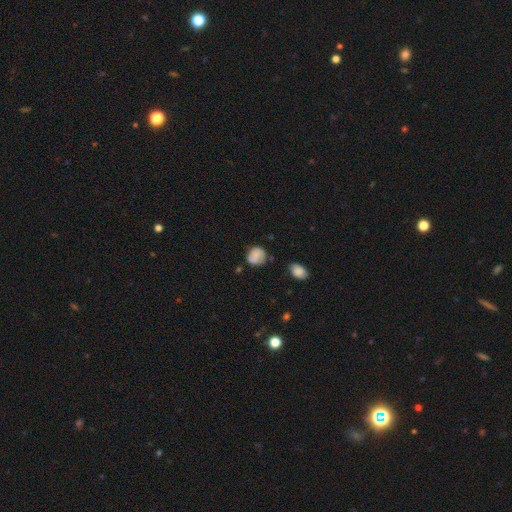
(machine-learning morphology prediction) This appears to be a smooth galaxy with no disk features (76%) that is round (75%). Merging: none (63%).